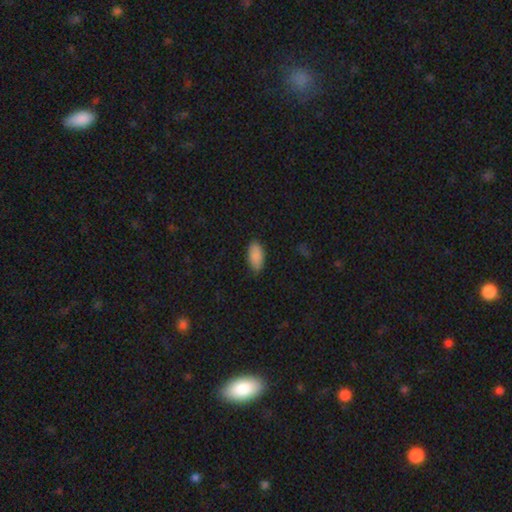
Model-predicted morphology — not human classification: type=smooth (88%); roundness=in between (93%); merging=none (81%).